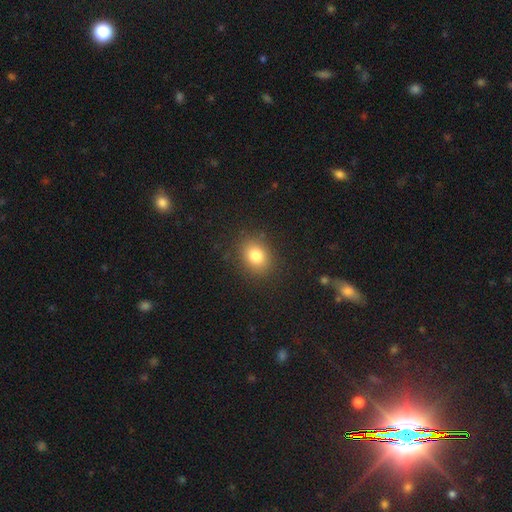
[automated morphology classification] smooth 81%, star or artifact 11%, featured or disk 8%. Down the decision tree: how rounded — in between (52%); merging — none (86%).